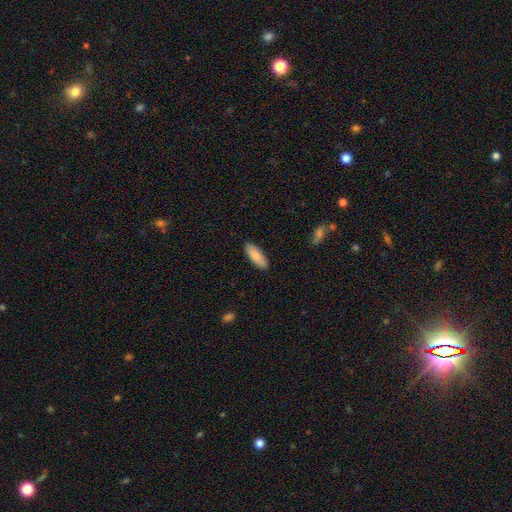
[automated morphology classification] Smooth or featured? smooth (85%)
How rounded? in between (67%)
Merging? none (89%)